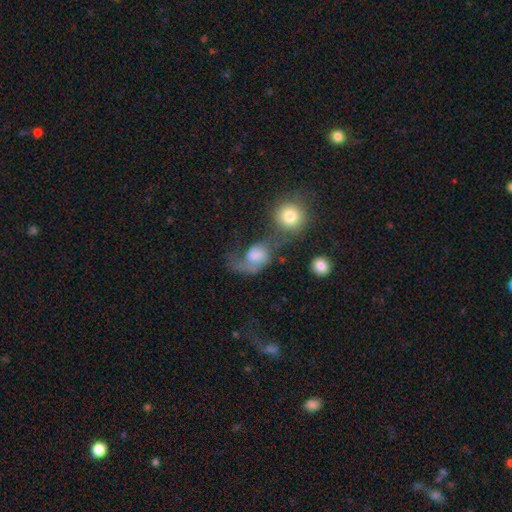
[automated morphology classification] This appears to be a smooth galaxy with no disk features (46%). Merging: major disturbance (33%).